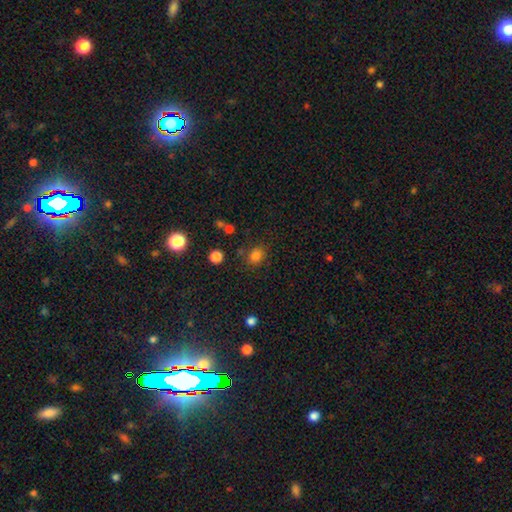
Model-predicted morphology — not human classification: type=smooth (80%); roundness=round (60%); merging=none (78%).